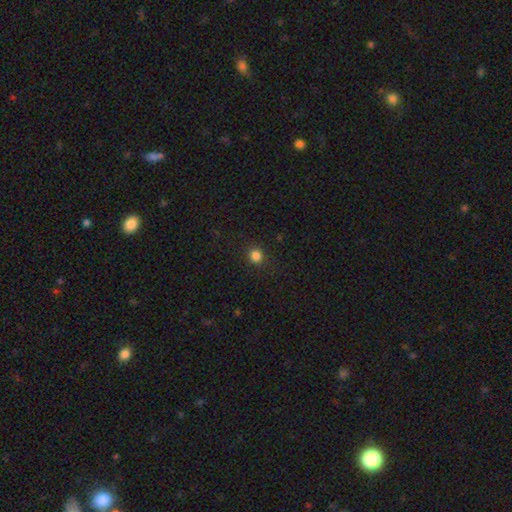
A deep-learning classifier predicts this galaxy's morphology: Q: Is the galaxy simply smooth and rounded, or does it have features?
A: smooth — 83%.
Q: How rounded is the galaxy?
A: round — 85%.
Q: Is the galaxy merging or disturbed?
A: none — 90%.